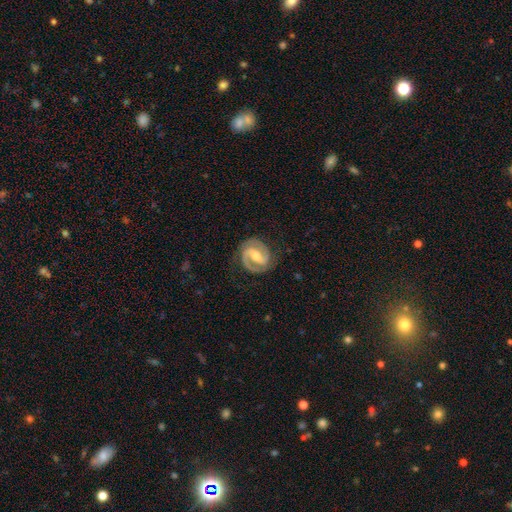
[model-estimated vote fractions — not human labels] featured or disk 91%, smooth 6%, star or artifact 4%. Down the decision tree: edge-on disk — no (98%); bar — weak (43%); spiral arms — yes (98%); spiral arm count — 2 (93%); spiral winding — medium (51%); bulge size — moderate (56%); merging — none (84%).